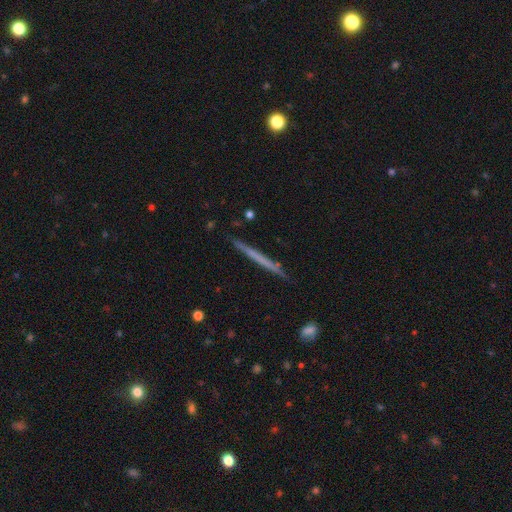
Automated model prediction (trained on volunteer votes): Smooth or featured? featured or disk (49%)
Merging? none (90%)